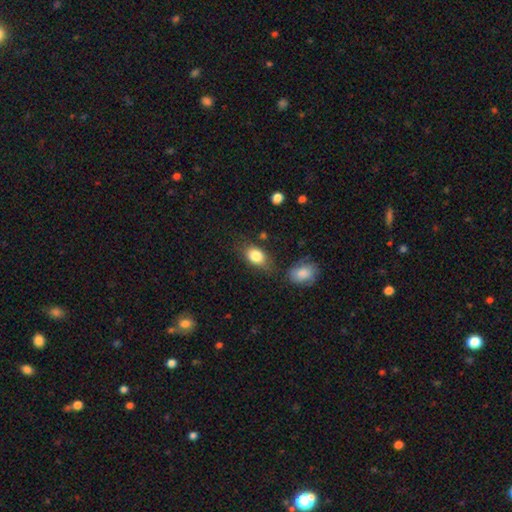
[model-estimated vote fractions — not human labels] Smooth or featured?
  - smooth: 84% *
  - featured or disk: 8%
  - star or artifact: 8%
How rounded?
  - in between: 82% *
  - round: 16%
  - cigar-shaped: 2%
Merging?
  - none: 67% *
  - minor disturbance: 19%
  - merger: 8%
  - major disturbance: 6%